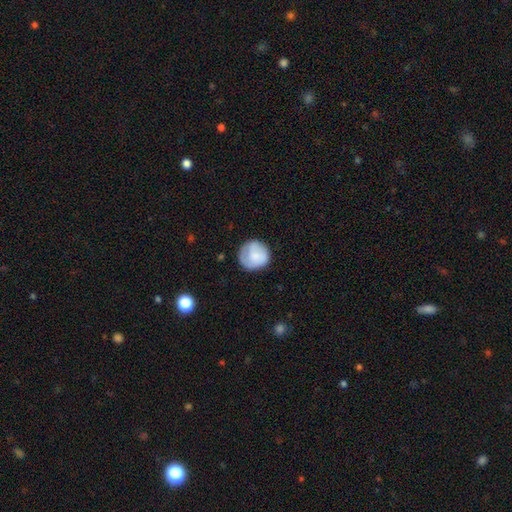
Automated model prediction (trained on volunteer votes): smooth-or-featured: smooth: 73% | featured or disk: 21% | star or artifact: 6%
  how-rounded: round: 91% | in between: 8% | cigar-shaped: 1%
  merging: none: 73% | minor disturbance: 19% | major disturbance: 7% | merger: 2%